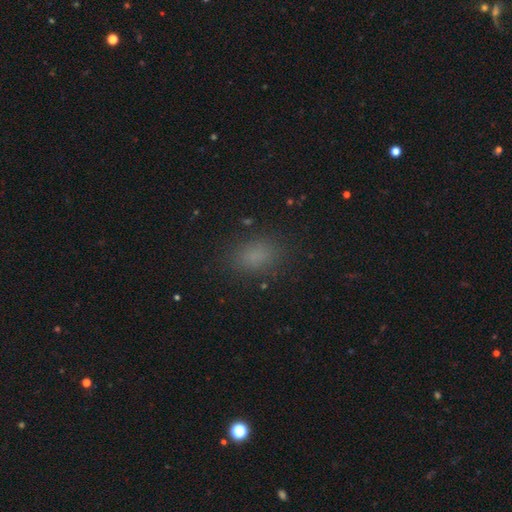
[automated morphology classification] smooth 80%, star or artifact 15%, featured or disk 5%. Down the decision tree: how rounded — in between (76%); merging — none (84%).